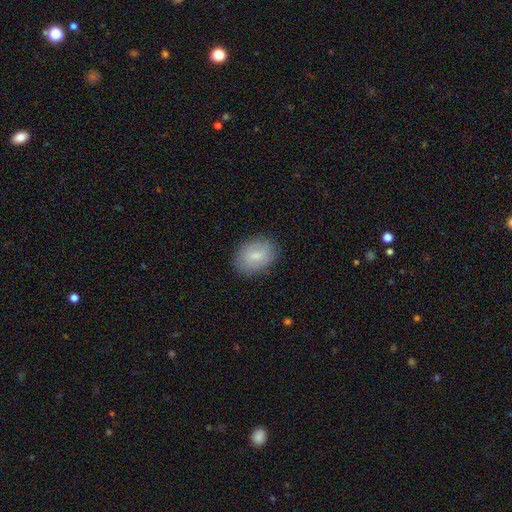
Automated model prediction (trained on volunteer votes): A smooth galaxy with no disk features (76%) that is in between round and cigar-shaped (81%).

Vote fractions:
- Smooth or featured? smooth: 76% / featured or disk: 17% / star or artifact: 7%
- How rounded? in between: 81% / round: 18% / cigar-shaped: 1%
- Merging? none: 84% / minor disturbance: 12% / major disturbance: 3% / merger: 1%